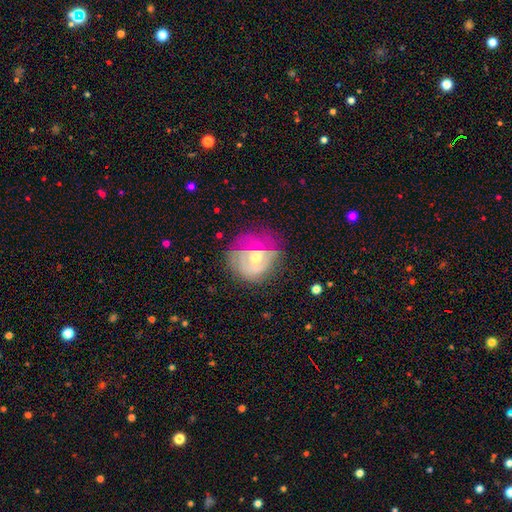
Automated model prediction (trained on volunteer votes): This is likely a featured or disk galaxy (61%). It is clearly not viewed edge-on (96%). Bar: likely no (61%). Spiral arm pattern: possibly yes (58%). Central bulge: likely moderate (64%). Merging: possibly none (55%).